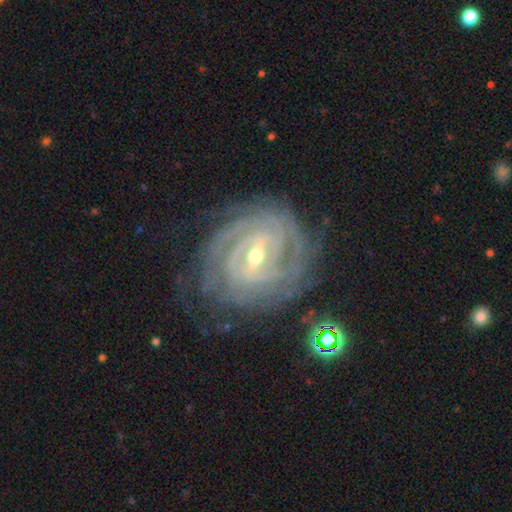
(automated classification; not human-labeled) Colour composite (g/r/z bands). It shows a featured or disk galaxy (91%) with a strong bar (52%), tight (84%) spiral arms (97%) and a small central bulge (54%). Merging: none (78%).